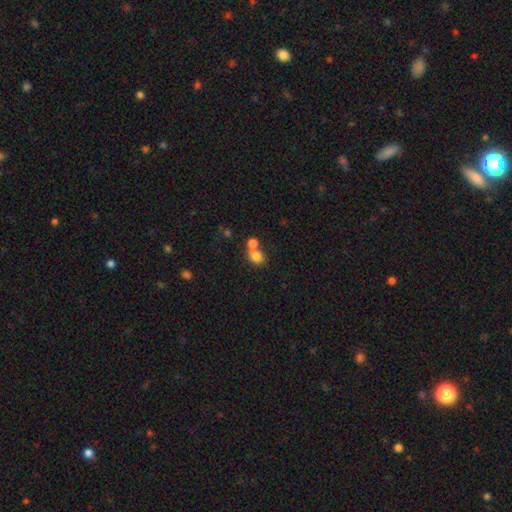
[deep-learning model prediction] A smooth galaxy with no disk features (77%) that is round (53%). Merging: merger (51%).